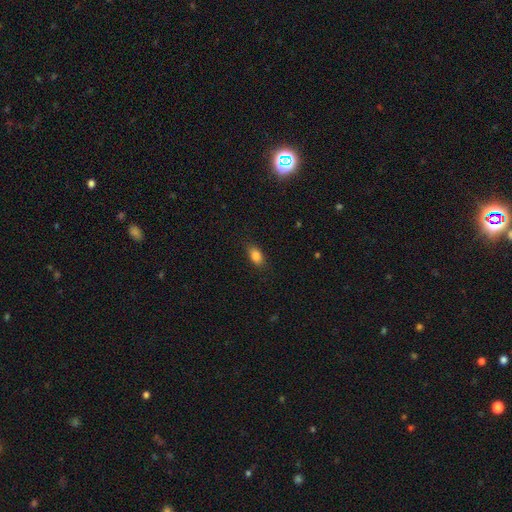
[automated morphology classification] smooth-or-featured: smooth: 85% | star or artifact: 9% | featured or disk: 7%
  how-rounded: in between: 86% | round: 8% | cigar-shaped: 5%
  merging: none: 82% | minor disturbance: 13% | major disturbance: 3% | merger: 1%